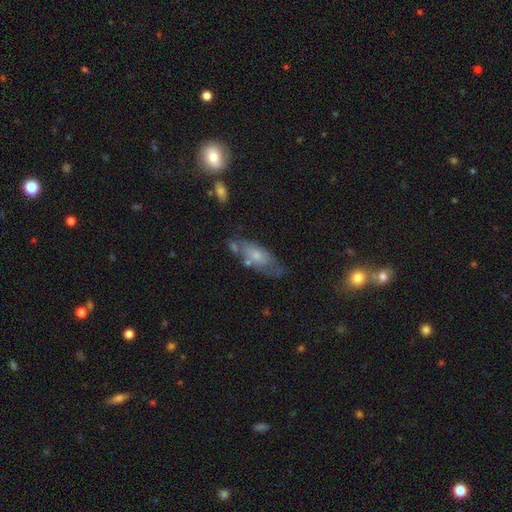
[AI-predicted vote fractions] Smooth or featured?
  - smooth: 51% *
  - featured or disk: 42%
  - star or artifact: 7%
How rounded?
  - in between: 76% *
  - cigar-shaped: 21%
  - round: 3%
Merging?
  - none: 51% *
  - minor disturbance: 27%
  - major disturbance: 11%
  - merger: 10%